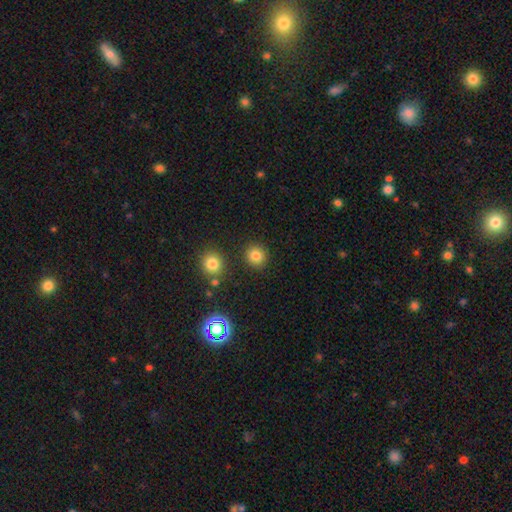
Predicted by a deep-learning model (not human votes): The model was most divided on "smooth or featured": smooth: 82%, star or artifact: 13%, featured or disk: 5%. More confident: how rounded — round (90%); merging — none (87%).